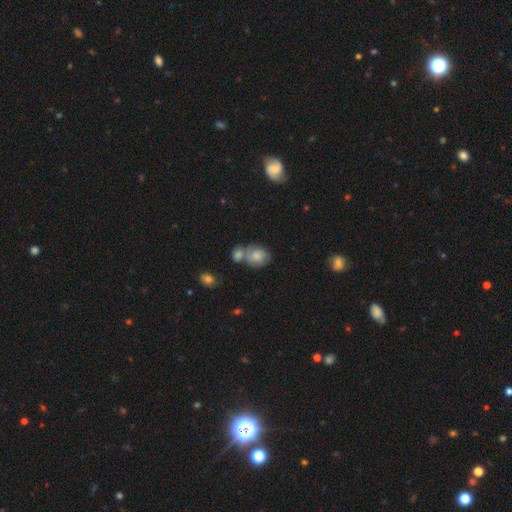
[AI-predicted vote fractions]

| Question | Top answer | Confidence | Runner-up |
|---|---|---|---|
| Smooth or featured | smooth | 56% | featured or disk (34%) |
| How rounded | in between | 51% | round (48%) |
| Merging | merger | 46% | none (34%) |